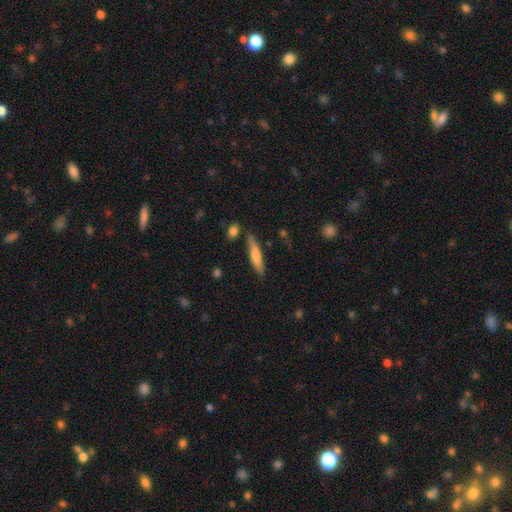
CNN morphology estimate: type=smooth (66%); roundness=cigar-shaped (84%); merging=none (79%).